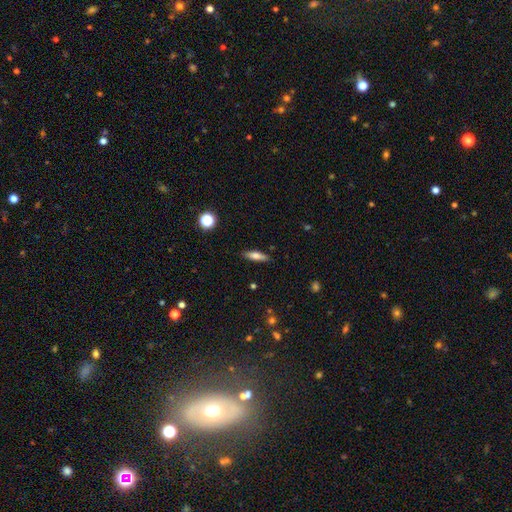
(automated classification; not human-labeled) A smooth galaxy with no disk features (68%) that is cigar-shaped (62%).

Vote fractions:
- Smooth or featured? smooth: 68% / featured or disk: 24% / star or artifact: 8%
- How rounded? cigar-shaped: 62% / in between: 35% / round: 3%
- Merging? none: 87% / minor disturbance: 9% / major disturbance: 2% / merger: 1%